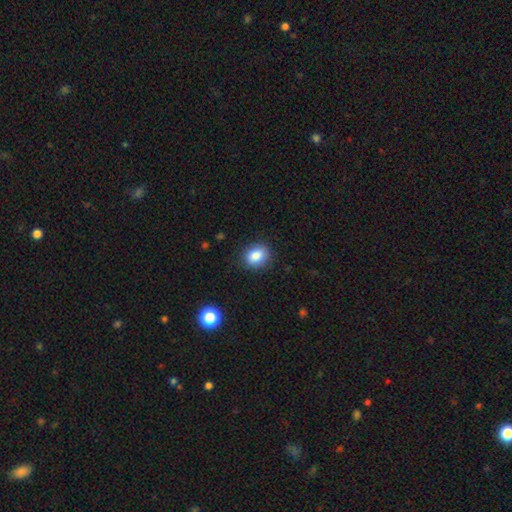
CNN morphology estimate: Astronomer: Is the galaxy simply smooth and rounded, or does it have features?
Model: smooth — 85%.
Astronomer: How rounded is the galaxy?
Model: in between — 51% (runner-up: round, 48%).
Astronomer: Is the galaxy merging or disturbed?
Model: none — 85%.